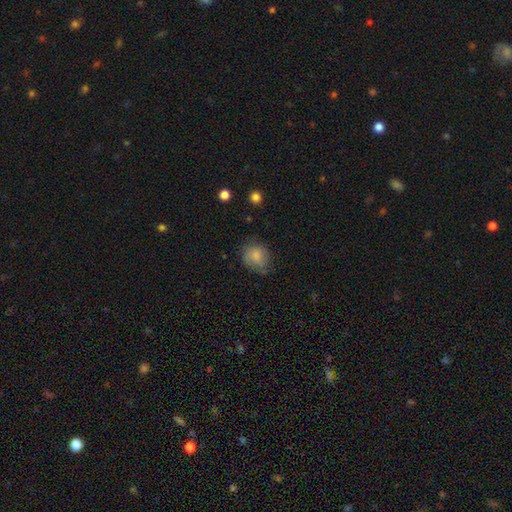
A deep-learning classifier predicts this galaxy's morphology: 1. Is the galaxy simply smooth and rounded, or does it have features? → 76% smooth, 16% featured or disk, 8% star or artifact.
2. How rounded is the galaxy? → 74% round, 25% in between, 1% cigar-shaped.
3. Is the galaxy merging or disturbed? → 63% none, 27% minor disturbance, 9% major disturbance, 2% merger.